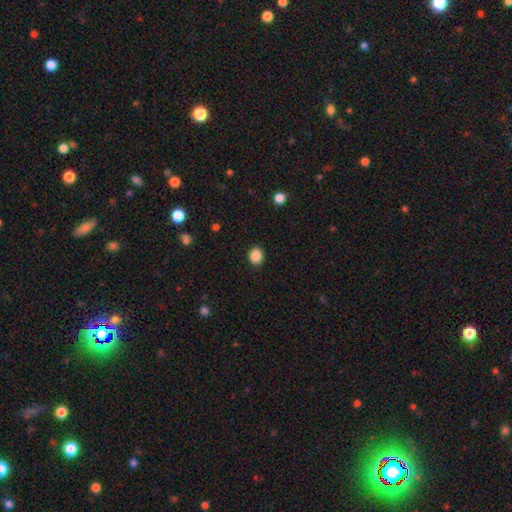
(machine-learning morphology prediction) smooth_or_featured: smooth (p=0.88) [alt: star or artifact p=0.09]
how_rounded: round (p=0.63) [alt: in between p=0.36]
merging: none (p=0.91) [alt: minor disturbance p=0.07]